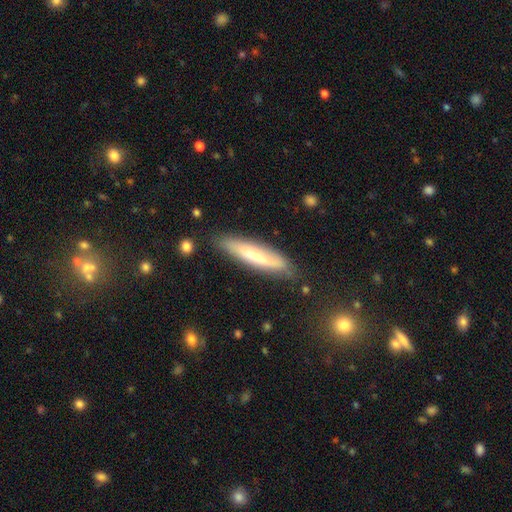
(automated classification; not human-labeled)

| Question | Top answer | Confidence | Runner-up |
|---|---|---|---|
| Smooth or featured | smooth | 56% | featured or disk (37%) |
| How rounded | cigar-shaped | 84% | in between (15%) |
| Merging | none | 78% | minor disturbance (16%) |